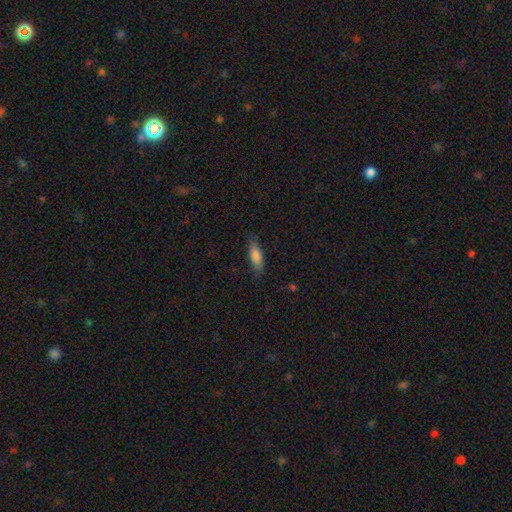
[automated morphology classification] type=smooth (81%); roundness=in between (65%); merging=none (77%).